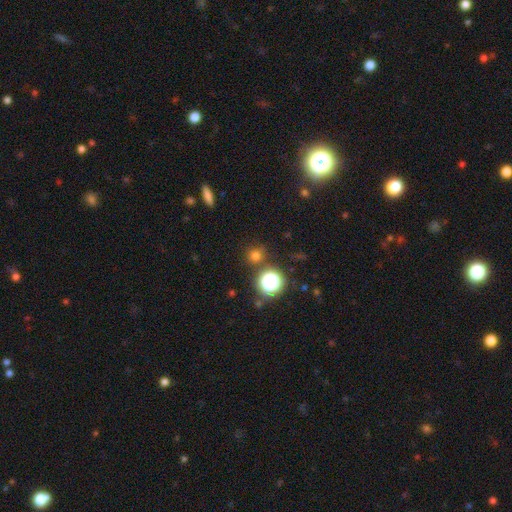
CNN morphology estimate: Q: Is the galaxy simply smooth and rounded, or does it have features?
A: smooth — 69%.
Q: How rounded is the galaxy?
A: round — 90%.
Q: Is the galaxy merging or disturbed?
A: none — 82%.